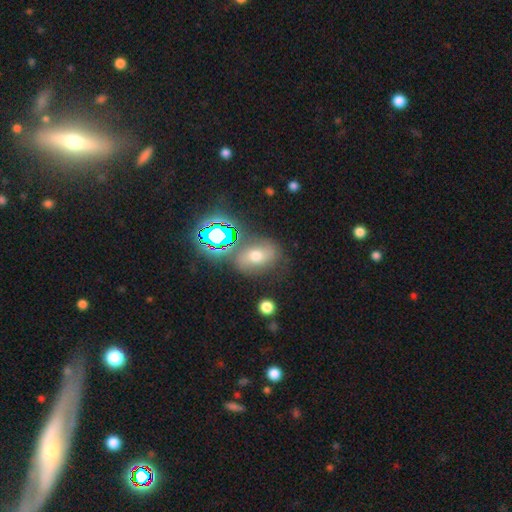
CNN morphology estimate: Smooth or featured? Predicted: smooth (p=0.53). How rounded? Predicted: in between (p=0.73). Merging? Predicted: none (p=0.67).